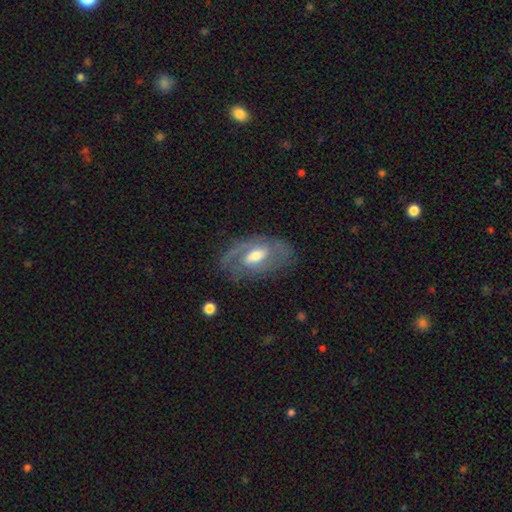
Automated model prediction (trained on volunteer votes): Smooth or featured? Predicted: featured or disk (p=0.73). Edge-on disk? Predicted: no (p=0.93). Bar? Predicted: weak (p=0.47). Spiral arms? Predicted: yes (p=0.78). Spiral winding? Predicted: medium (p=0.44). Spiral arm count? Predicted: 2 (p=0.57). Bulge size? Predicted: moderate (p=0.65). Merging? Predicted: none (p=0.66).